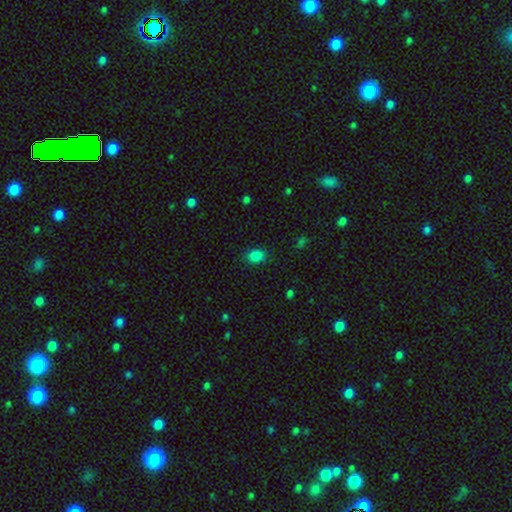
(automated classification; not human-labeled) A smooth galaxy with no disk features (85%) that is in between round and cigar-shaped (64%). Merging: none (85%).